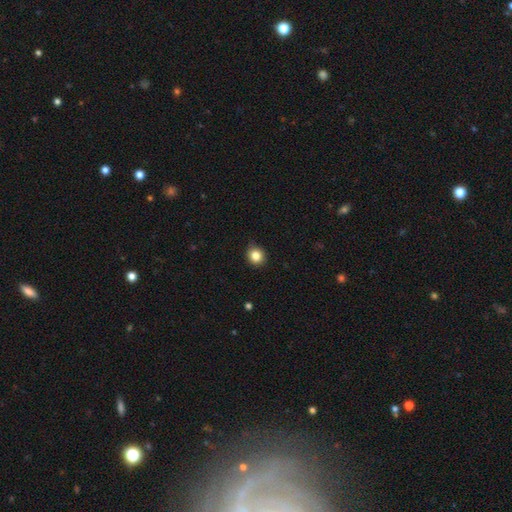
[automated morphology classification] smooth_or_featured: smooth (p=0.84) [alt: star or artifact p=0.11]
how_rounded: round (p=0.82) [alt: in between p=0.17]
merging: none (p=0.84) [alt: minor disturbance p=0.13]